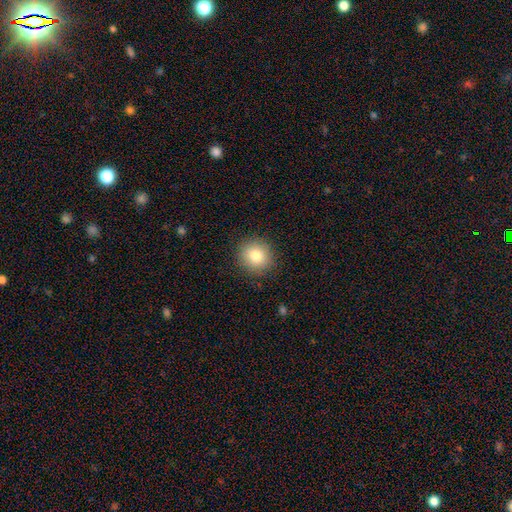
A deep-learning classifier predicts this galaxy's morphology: smooth 80%, star or artifact 10%, featured or disk 9%. Down the decision tree: how rounded — round (90%); merging — none (89%).